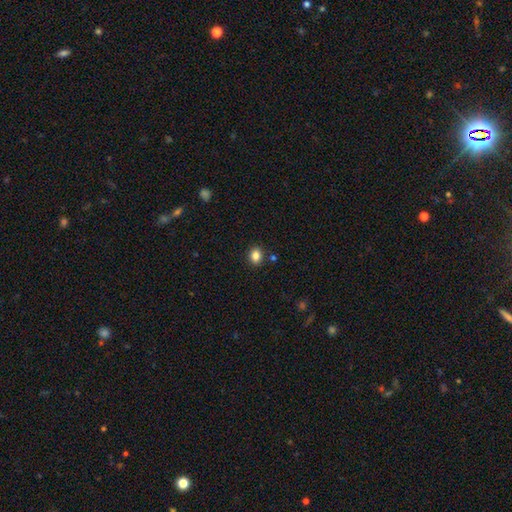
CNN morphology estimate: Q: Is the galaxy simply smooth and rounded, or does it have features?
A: smooth — 84%.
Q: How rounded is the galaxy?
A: round — 62%.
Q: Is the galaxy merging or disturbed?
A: none — 88%.